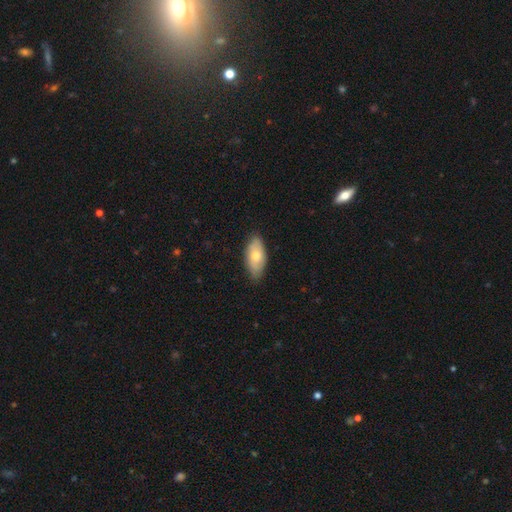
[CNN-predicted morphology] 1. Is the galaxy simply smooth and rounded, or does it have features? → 68% smooth, 27% featured or disk, 6% star or artifact.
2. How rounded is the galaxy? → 89% in between, 8% cigar-shaped, 3% round.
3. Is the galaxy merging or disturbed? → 78% none, 18% minor disturbance, 3% major disturbance, 1% merger.